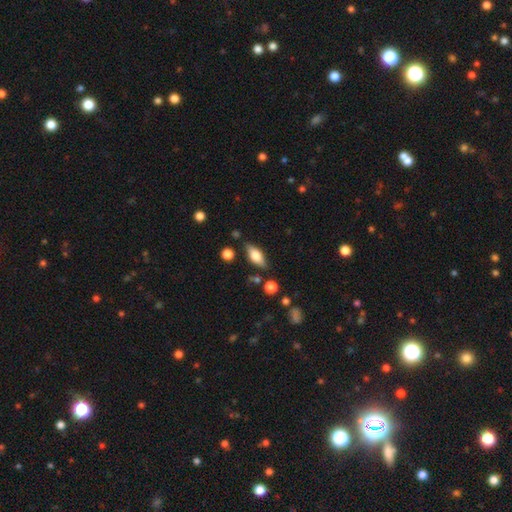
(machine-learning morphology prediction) Smooth or featured? Predicted: smooth (p=0.60). How rounded? Predicted: in between (p=0.78). Merging? Predicted: none (p=0.80).